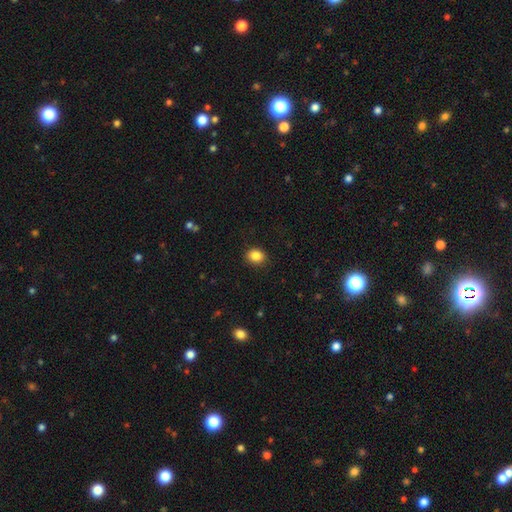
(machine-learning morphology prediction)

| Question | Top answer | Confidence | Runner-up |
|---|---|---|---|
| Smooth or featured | smooth | 86% | star or artifact (10%) |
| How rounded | round | 58% | in between (41%) |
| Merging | none | 89% | minor disturbance (8%) |